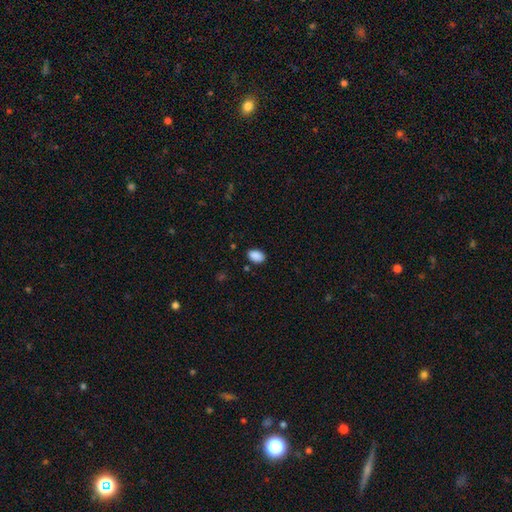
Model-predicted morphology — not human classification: Overall: smooth (89%). How rounded: in between (89%). Merging: none (85%).